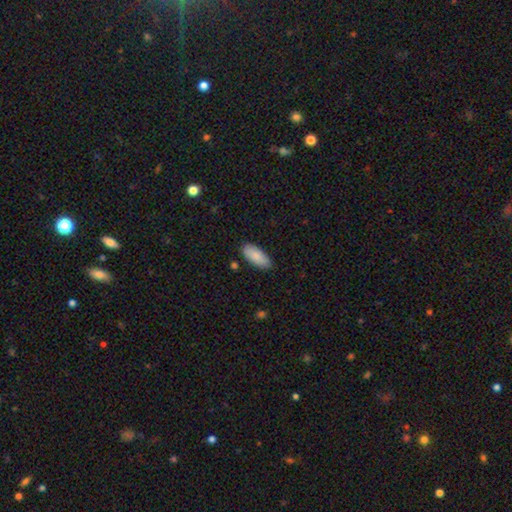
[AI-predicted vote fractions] smooth 87%, featured or disk 7%, star or artifact 6%. Down the decision tree: how rounded — in between (87%); merging — none (84%).